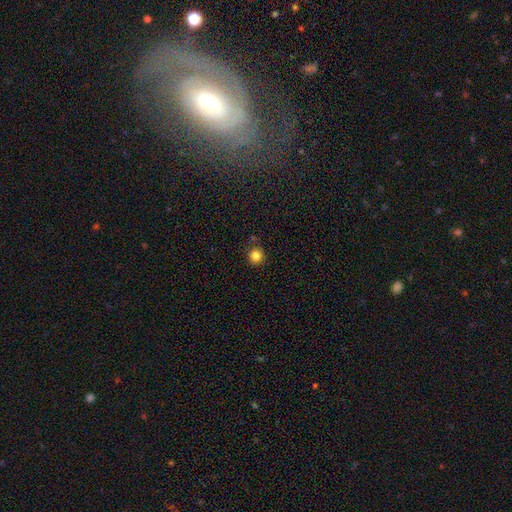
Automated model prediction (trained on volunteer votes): smooth_or_featured: smooth (p=0.83) [alt: star or artifact p=0.13]
how_rounded: round (p=0.94) [alt: in between p=0.05]
merging: none (p=0.85) [alt: minor disturbance p=0.09]